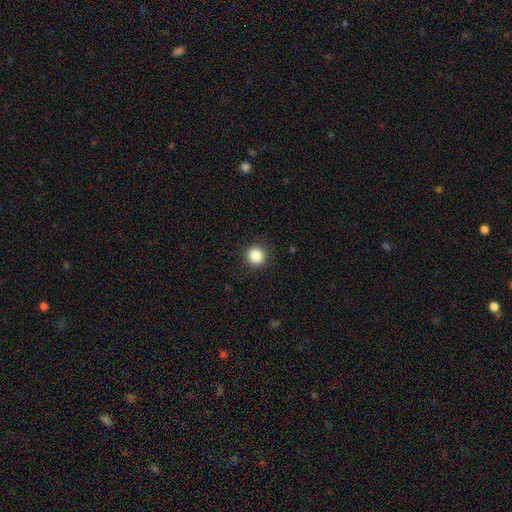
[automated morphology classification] Smooth or featured?
  - smooth: 87% *
  - star or artifact: 10%
  - featured or disk: 4%
How rounded?
  - round: 91% *
  - in between: 8%
  - cigar-shaped: 1%
Merging?
  - none: 91% *
  - minor disturbance: 6%
  - major disturbance: 2%
  - merger: 1%